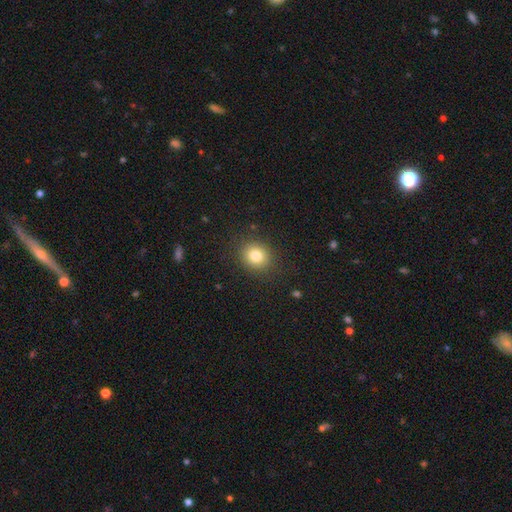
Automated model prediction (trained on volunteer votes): A smooth galaxy with no disk features (81%) that is round (79%). Merging: none (88%).